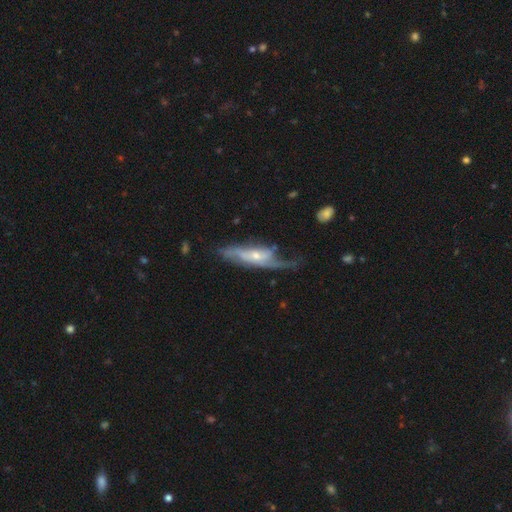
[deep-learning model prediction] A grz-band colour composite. It shows a featured or disk galaxy (76%) with no bar (60%), spiral arms (86%) and a small central bulge (56%). Merging: none (46%).